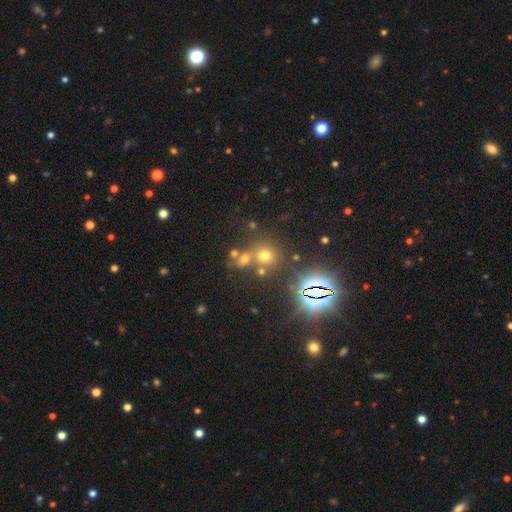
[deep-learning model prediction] Smooth or featured? star or artifact (57%)